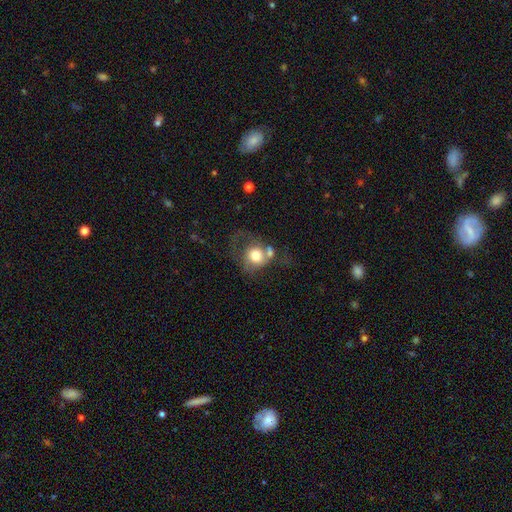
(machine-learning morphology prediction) This is likely a smooth galaxy (63%). How rounded: likely round (70%). Merging: marginally merger (35%).